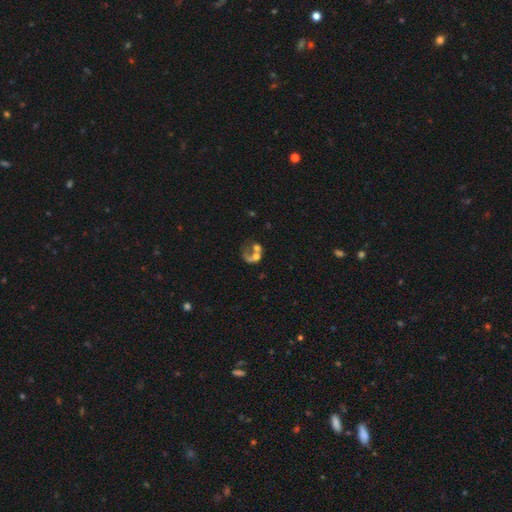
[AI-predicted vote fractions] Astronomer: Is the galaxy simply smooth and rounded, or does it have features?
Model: featured or disk — 49% (runner-up: smooth, 39%).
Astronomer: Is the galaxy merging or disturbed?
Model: merger — 56%.